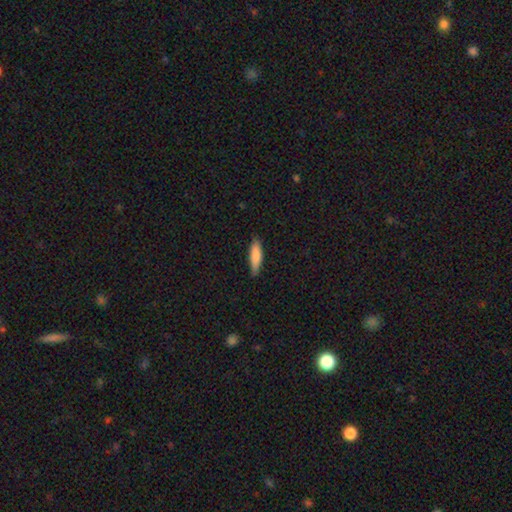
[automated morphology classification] A smooth galaxy with no disk features (81%) that is cigar-shaped (68%).

Vote fractions:
- Smooth or featured? smooth: 81% / featured or disk: 13% / star or artifact: 6%
- How rounded? cigar-shaped: 68% / in between: 30% / round: 2%
- Merging? none: 83% / minor disturbance: 14% / major disturbance: 2% / merger: 1%